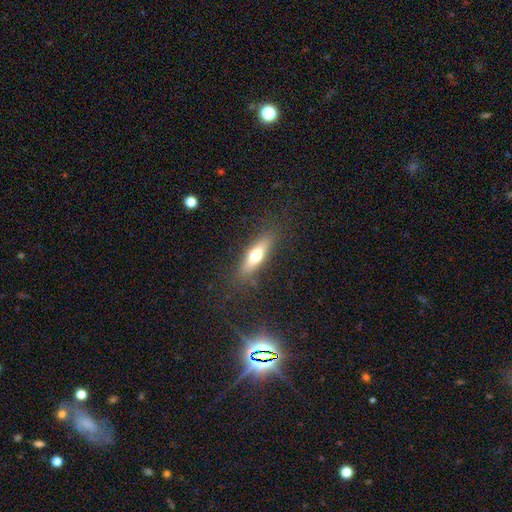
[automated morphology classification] Smooth or featured?
  - smooth: 58% *
  - featured or disk: 34%
  - star or artifact: 7%
How rounded?
  - cigar-shaped: 56% *
  - in between: 41%
  - round: 3%
Merging?
  - none: 84% *
  - minor disturbance: 11%
  - major disturbance: 4%
  - merger: 1%